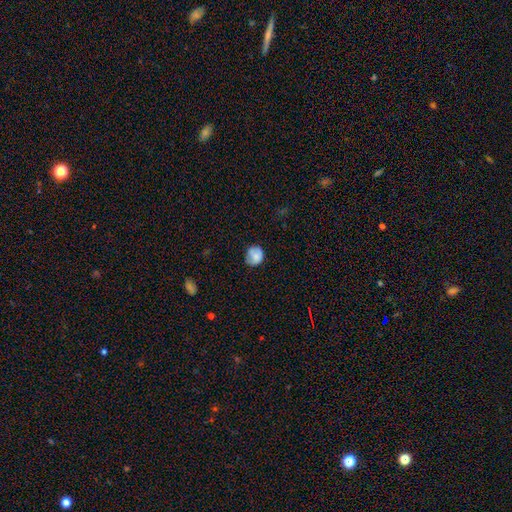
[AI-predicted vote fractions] Overall: smooth (77%). How rounded: round (67%; in between 32%). Merging: none (63%; minor disturbance 27%).